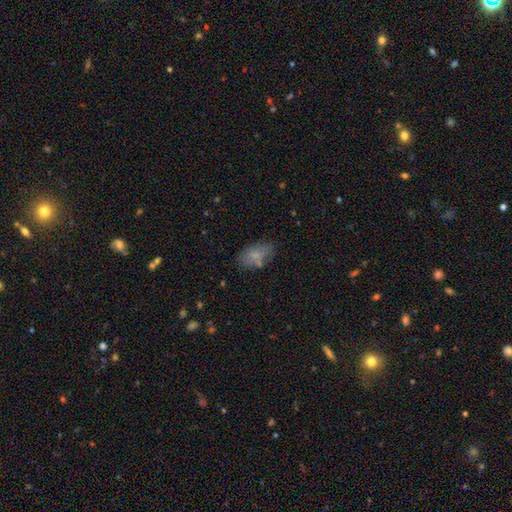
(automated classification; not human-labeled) The model was most divided on "merging": none: 60%, minor disturbance: 22%, major disturbance: 9%, merger: 8%. More confident: how rounded — in between (91%); smooth or featured — smooth (72%).